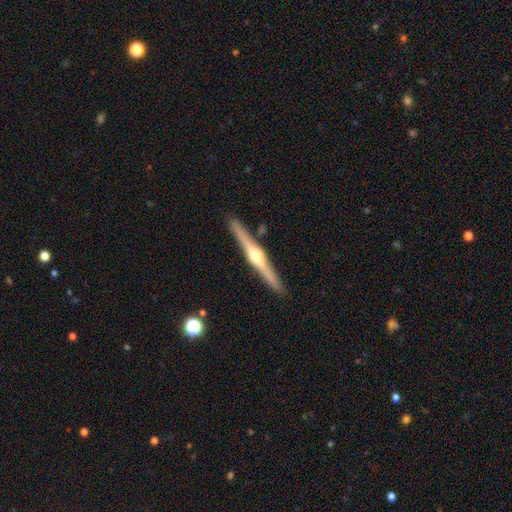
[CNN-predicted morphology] Overall: featured or disk (81%). Edge-on disk: yes (98%). Edge-on bulge: rounded (94%). Merging: none (90%).